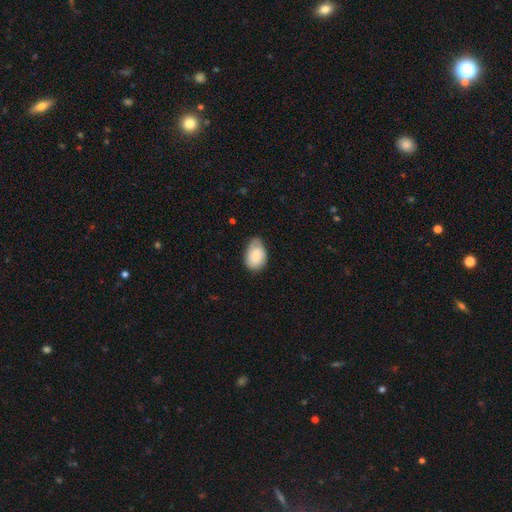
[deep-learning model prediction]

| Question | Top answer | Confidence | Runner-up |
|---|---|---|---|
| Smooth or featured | smooth | 77% | featured or disk (17%) |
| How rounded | in between | 84% | round (15%) |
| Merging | none | 55% | minor disturbance (37%) |